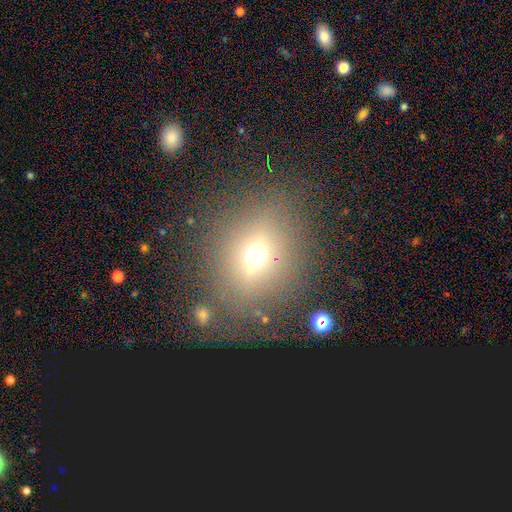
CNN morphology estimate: smooth-or-featured: smooth: 57% | star or artifact: 24% | featured or disk: 19%
  how-rounded: round: 74% | in between: 24% | cigar-shaped: 2%
  merging: none: 73% | minor disturbance: 13% | major disturbance: 8% | merger: 7%